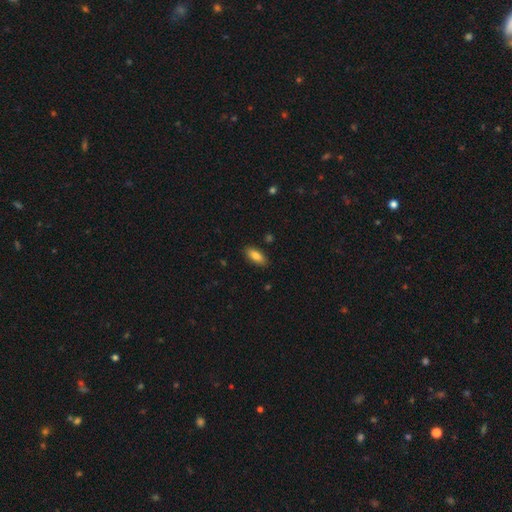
Volunteers were most divided on "how rounded": in between: 77%, cigar-shaped: 20%, round: 3%. More confident: smooth or featured — smooth (90%); merging — none (86%).